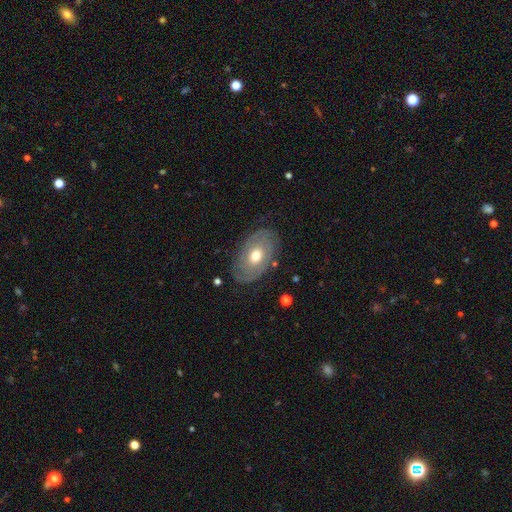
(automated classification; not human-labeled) Morphology: type=featured or disk (72%); edge-on=no (94%); bar=no (79%); spiral arms=yes (78%); winding=tight (71%); arm count=2 (54%); bulge=moderate (74%); merging=none (80%).